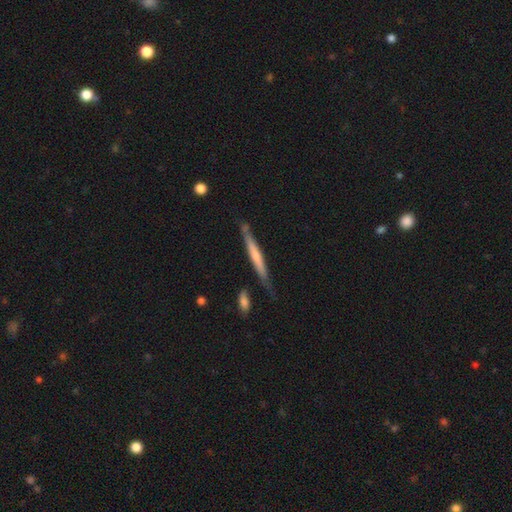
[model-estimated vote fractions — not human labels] A featured or disk galaxy (48%). Merging: none (71%).